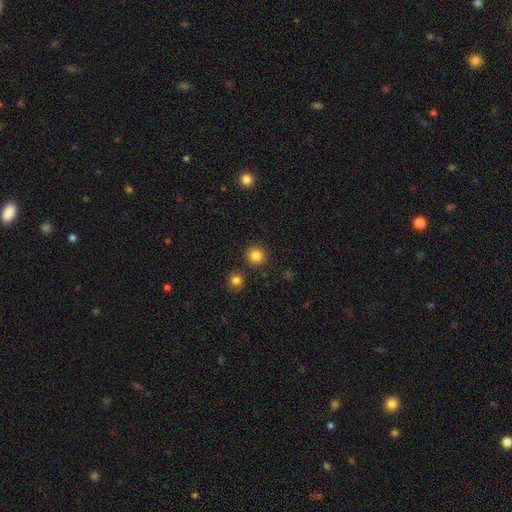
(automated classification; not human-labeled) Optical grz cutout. It shows a smooth galaxy with no disk features (85%) that is round (94%). Merging: none (88%).